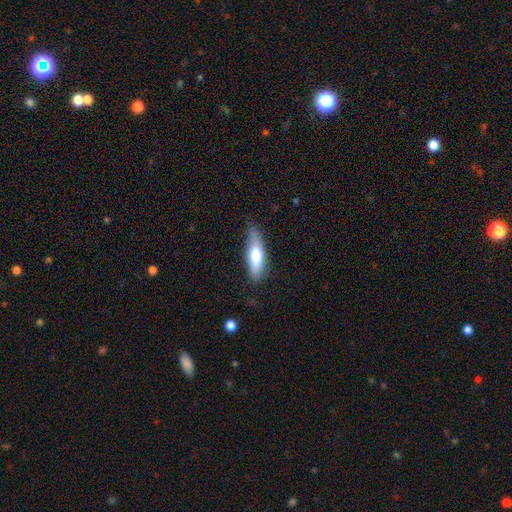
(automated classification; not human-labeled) Smooth or featured? Predicted: smooth (p=0.67). How rounded? Predicted: cigar-shaped (p=0.57). Merging? Predicted: none (p=0.75).